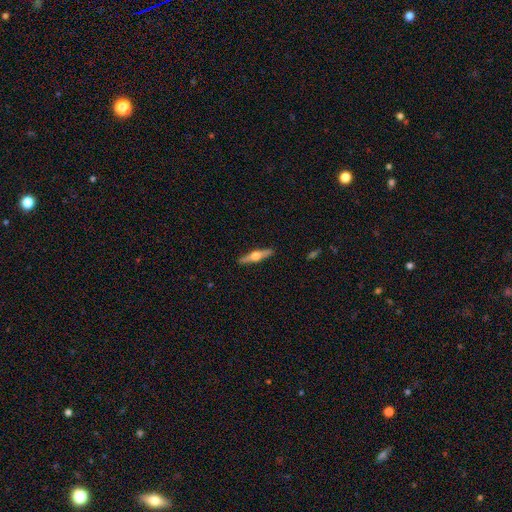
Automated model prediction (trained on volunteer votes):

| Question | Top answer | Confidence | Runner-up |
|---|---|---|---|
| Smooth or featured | featured or disk | 67% | smooth (27%) |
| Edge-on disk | yes | 97% | no (3%) |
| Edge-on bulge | rounded | 94% | boxy (4%) |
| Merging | none | 90% | minor disturbance (7%) |